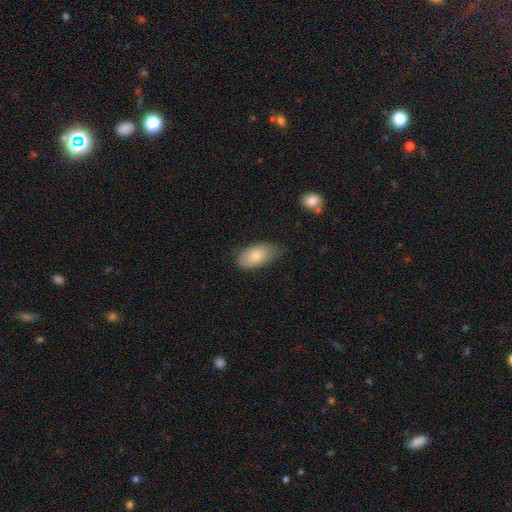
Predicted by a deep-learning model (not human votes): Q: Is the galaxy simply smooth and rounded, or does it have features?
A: smooth — 77%.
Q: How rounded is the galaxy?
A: in between — 93%.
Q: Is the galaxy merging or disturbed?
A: none — 68%.